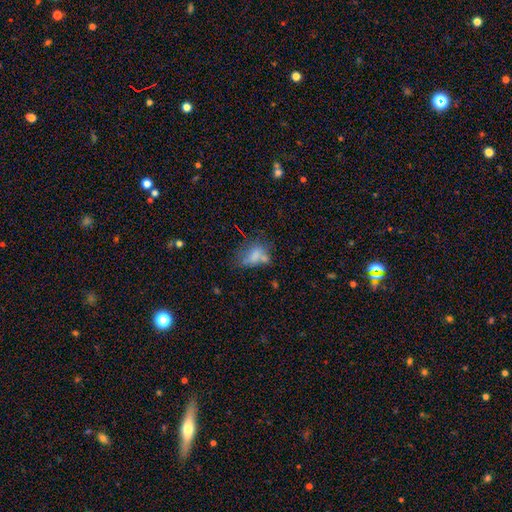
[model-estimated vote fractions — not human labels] smooth 61%, featured or disk 25%, star or artifact 14%. Down the decision tree: how rounded — in between (81%); merging — none (30%).